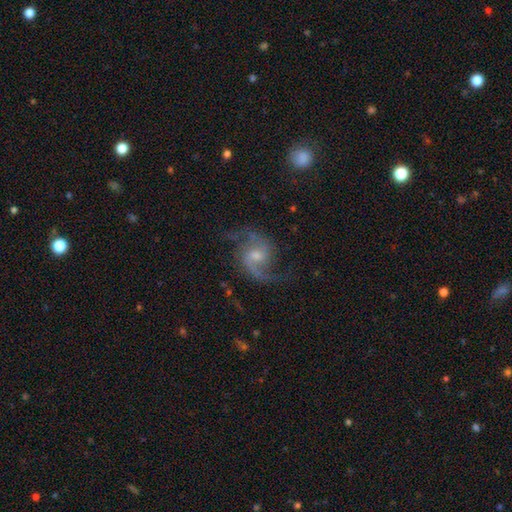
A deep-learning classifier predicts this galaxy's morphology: Smooth or featured? Predicted: featured or disk (p=0.89). Edge-on disk? Predicted: no (p=0.98). Bar? Predicted: no (p=0.46). Spiral arms? Predicted: yes (p=0.98). Spiral winding? Predicted: medium (p=0.47). Spiral arm count? Predicted: 2 (p=0.91). Bulge size? Predicted: moderate (p=0.48). Merging? Predicted: none (p=0.75).